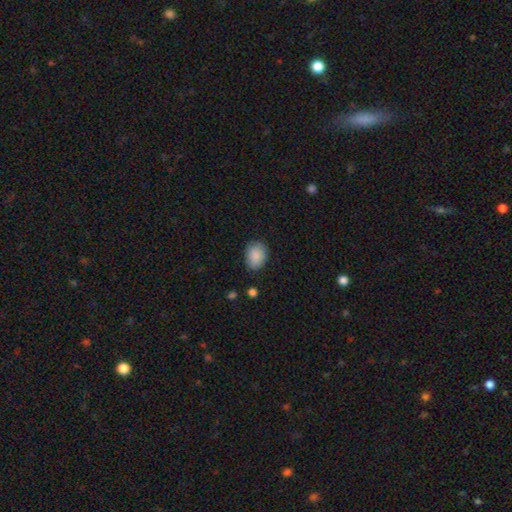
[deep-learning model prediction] A smooth galaxy with no disk features (87%) that is in between round and cigar-shaped (66%). Merging: none (78%).